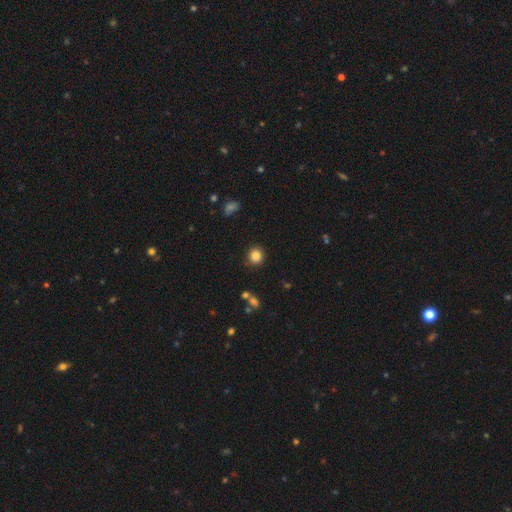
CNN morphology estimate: A smooth galaxy with no disk features (84%) that is round (89%). Merging: none (89%).